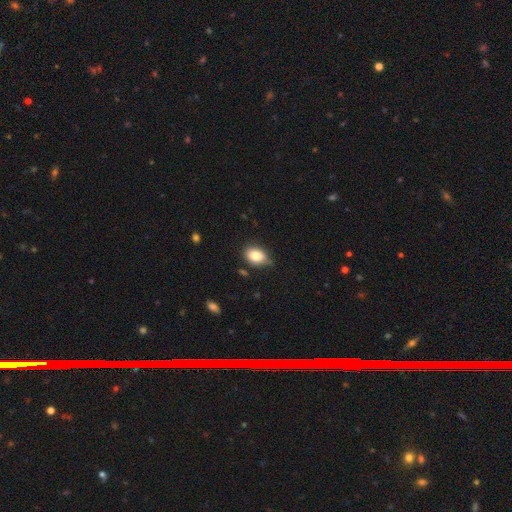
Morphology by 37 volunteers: Overall: smooth (76%). How rounded: in between (75%). Merging: none (76%).